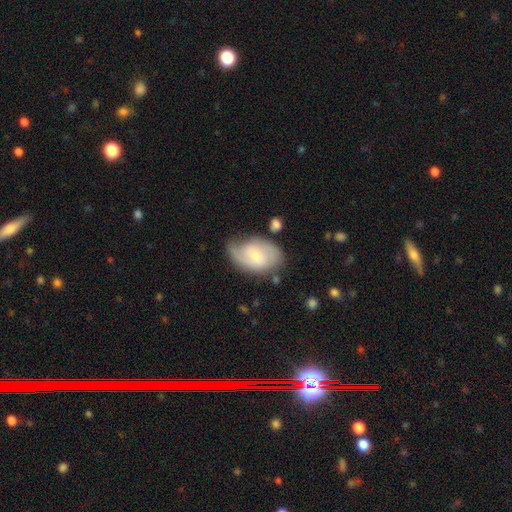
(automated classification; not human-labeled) A featured or disk galaxy (59%) with no bar (49%), spiral arms (83%) and a small central bulge (56%). Merging: none (58%).